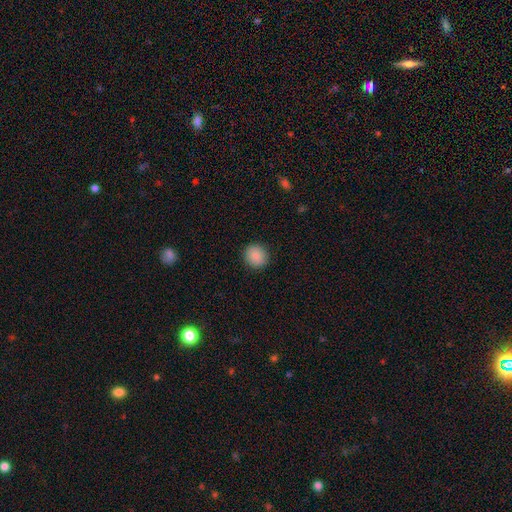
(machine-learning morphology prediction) smooth-or-featured: smooth: 87% | star or artifact: 8% | featured or disk: 5%
  how-rounded: round: 88% | in between: 11% | cigar-shaped: 1%
  merging: none: 91% | minor disturbance: 6% | major disturbance: 2% | merger: 1%